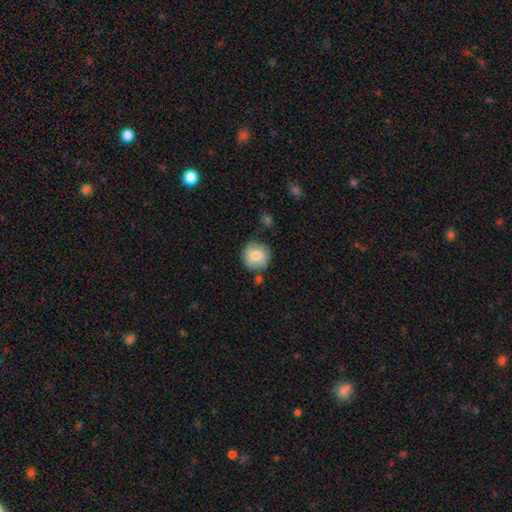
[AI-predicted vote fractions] smooth-or-featured: smooth: 70% | featured or disk: 22% | star or artifact: 7%
  how-rounded: round: 92% | in between: 7% | cigar-shaped: 1%
  merging: none: 72% | minor disturbance: 17% | merger: 6% | major disturbance: 5%